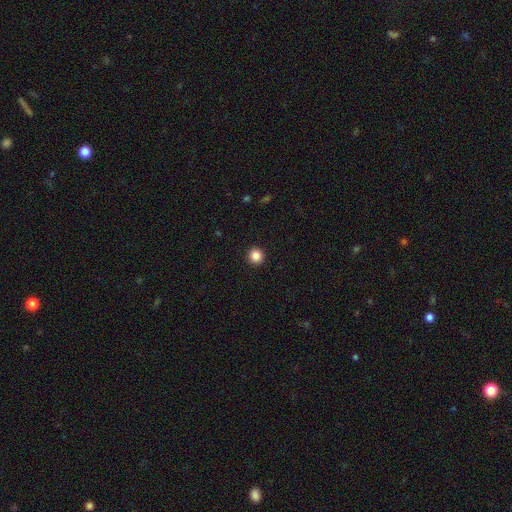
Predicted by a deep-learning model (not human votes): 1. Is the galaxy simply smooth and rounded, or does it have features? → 85% smooth, 11% star or artifact, 4% featured or disk.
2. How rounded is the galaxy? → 96% round, 3% in between, 1% cigar-shaped.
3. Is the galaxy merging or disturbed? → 94% none, 4% minor disturbance, 2% major disturbance, 1% merger.